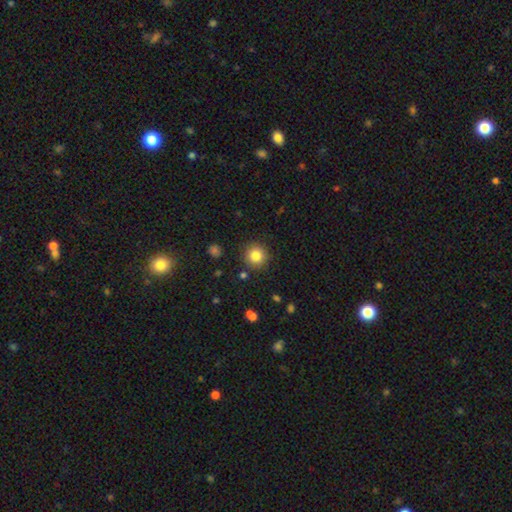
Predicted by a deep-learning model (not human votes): The model was most divided on "smooth or featured": smooth: 83%, star or artifact: 11%, featured or disk: 6%. More confident: how rounded — round (94%); merging — none (89%).